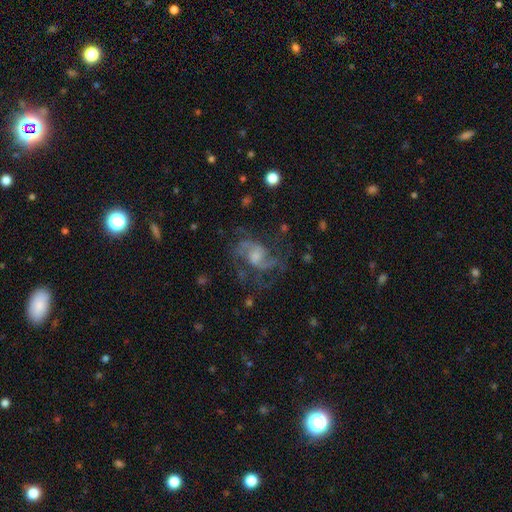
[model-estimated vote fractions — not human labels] smooth_or_featured: featured or disk (p=0.78) [alt: star or artifact p=0.11]
disk_edge_on: no (p=0.97) [alt: yes p=0.03]
bar: no (p=0.55) [alt: weak p=0.38]
has_spiral_arms: yes (p=0.91) [alt: no p=0.09]
spiral_winding: medium (p=0.50) [alt: loose p=0.34]
spiral_arm_count: 2 (p=0.61) [alt: can't tell p=0.14]
bulge_size: moderate (p=0.36) [alt: small p=0.33]
merging: none (p=0.60) [alt: major disturbance p=0.21]